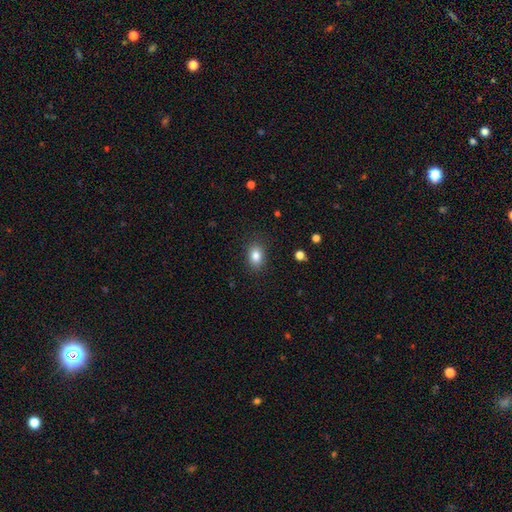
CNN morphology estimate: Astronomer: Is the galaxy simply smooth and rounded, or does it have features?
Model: smooth — 84%.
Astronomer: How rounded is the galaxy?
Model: in between — 71%.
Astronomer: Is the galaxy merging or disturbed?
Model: none — 86%.